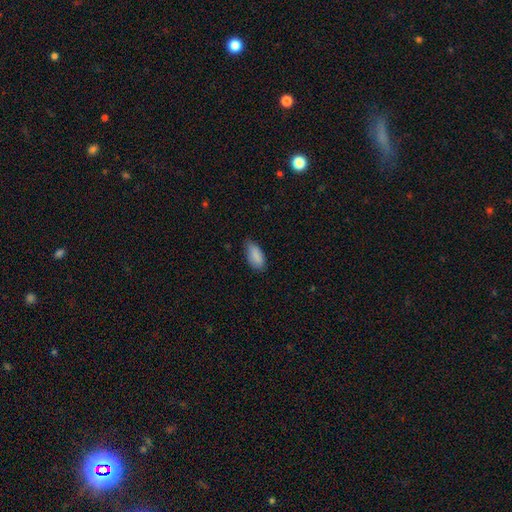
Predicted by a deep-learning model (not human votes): smooth-or-featured: smooth: 87% | star or artifact: 7% | featured or disk: 6%
  how-rounded: in between: 90% | cigar-shaped: 7% | round: 2%
  merging: none: 68% | minor disturbance: 27% | major disturbance: 4% | merger: 1%